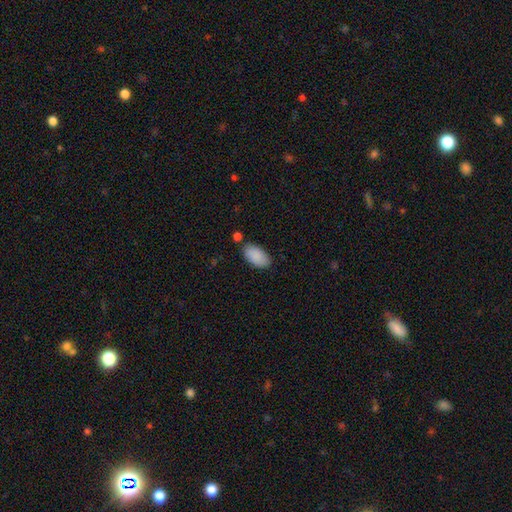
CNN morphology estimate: A smooth galaxy with no disk features (89%) that is in between round and cigar-shaped (95%). Merging: none (76%).